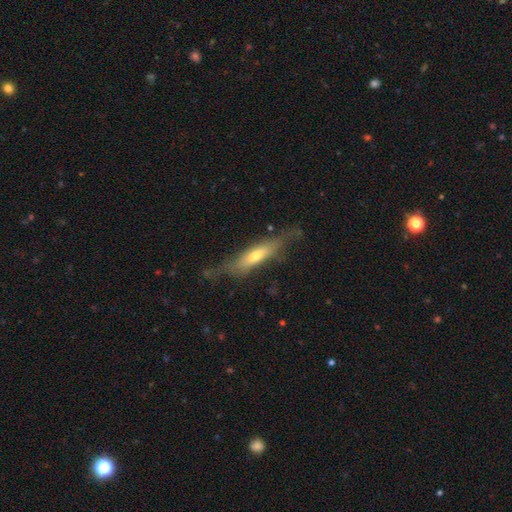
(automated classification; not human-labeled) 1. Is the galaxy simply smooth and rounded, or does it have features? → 53% featured or disk, 40% smooth, 7% star or artifact.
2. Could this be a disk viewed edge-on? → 71% yes, 29% no.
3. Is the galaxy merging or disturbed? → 61% none, 24% minor disturbance, 12% major disturbance, 2% merger.